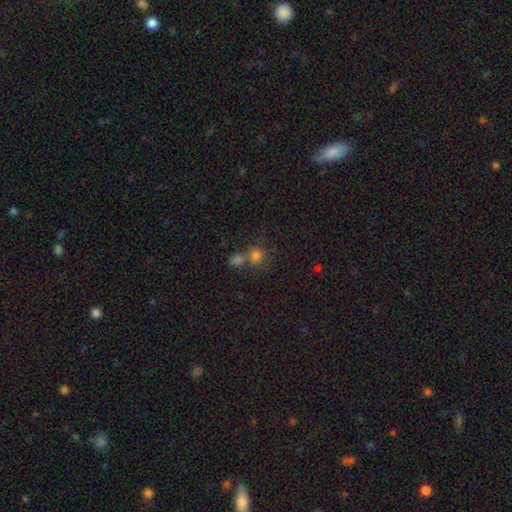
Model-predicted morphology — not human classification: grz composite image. It shows a smooth galaxy with no disk features (75%) that is round (85%). Merging: none (46%).